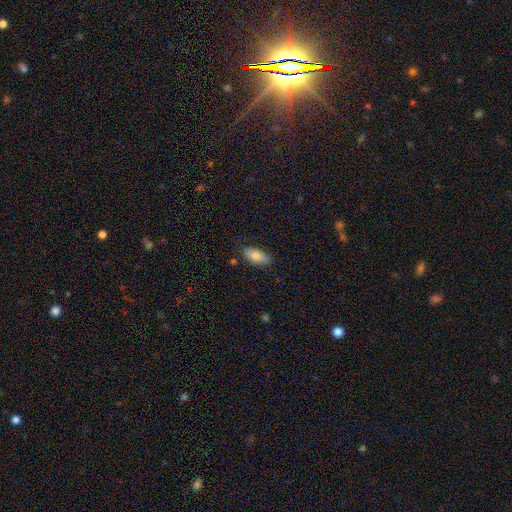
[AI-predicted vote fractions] The model was most divided on "merging": none: 79%, minor disturbance: 16%, major disturbance: 3%, merger: 2%. More confident: how rounded — in between (88%); smooth or featured — smooth (81%).